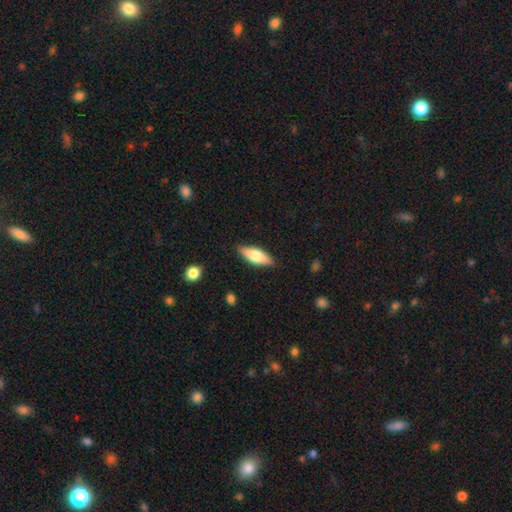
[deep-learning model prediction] The model was most divided on "how rounded": in between: 67%, cigar-shaped: 31%, round: 2%. More confident: merging — none (86%); smooth or featured — smooth (65%).